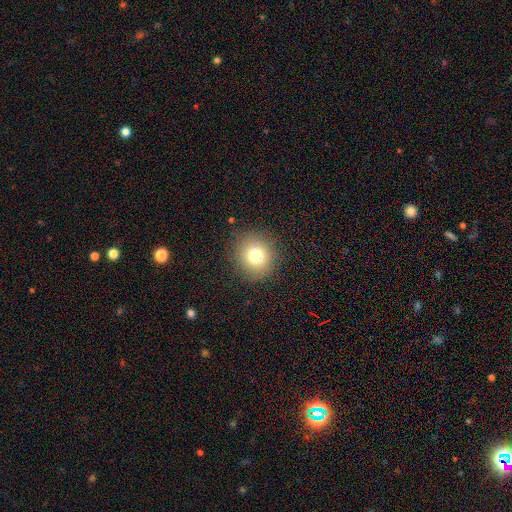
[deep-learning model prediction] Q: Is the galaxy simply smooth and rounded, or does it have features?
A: smooth — 76%.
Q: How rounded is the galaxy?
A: round — 89%.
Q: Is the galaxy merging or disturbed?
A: none — 88%.